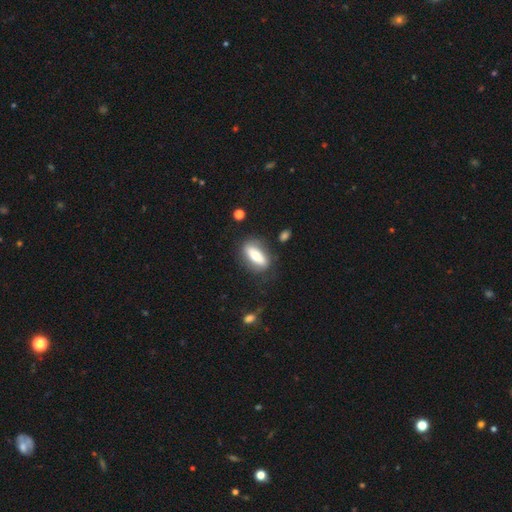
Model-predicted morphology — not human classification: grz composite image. It shows a smooth galaxy with no disk features (61%) that is in between round and cigar-shaped (77%). Merging: none (75%).